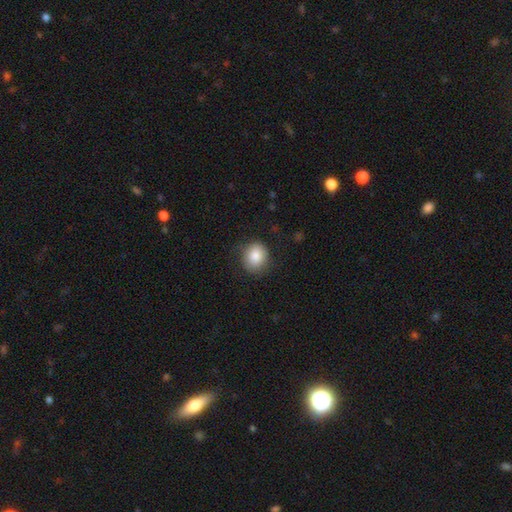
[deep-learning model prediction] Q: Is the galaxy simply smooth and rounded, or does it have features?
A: smooth — 84%.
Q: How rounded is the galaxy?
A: round — 74%.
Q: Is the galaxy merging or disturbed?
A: none — 80%.